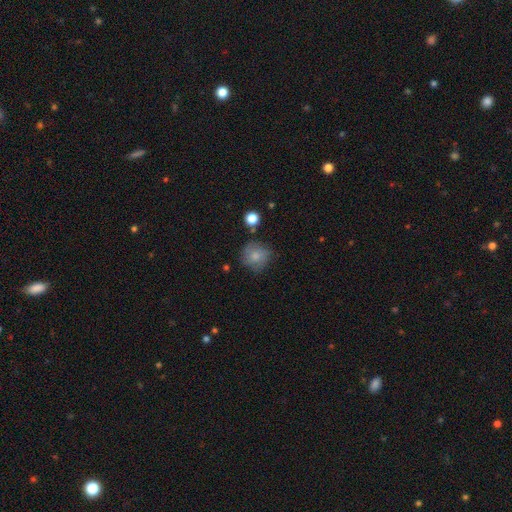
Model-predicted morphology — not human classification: Q: Smooth or featured?
A: smooth (76%); runner-up: featured or disk (15%)
Q: How rounded?
A: round (86%); runner-up: in between (13%)
Q: Merging?
A: none (66%); runner-up: minor disturbance (23%)